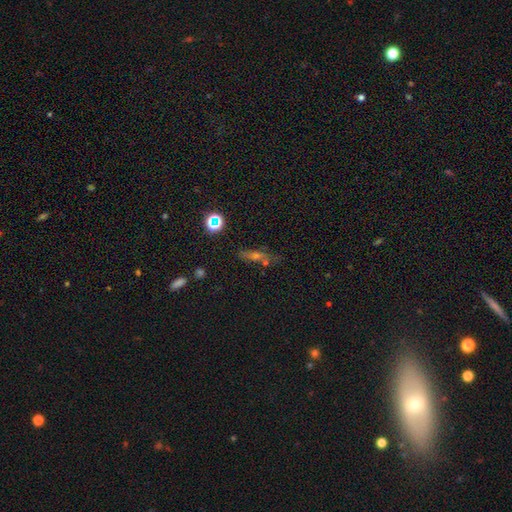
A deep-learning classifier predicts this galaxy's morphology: smooth 39%, star or artifact 31%, featured or disk 30%. Down the decision tree: merging — none (70%).